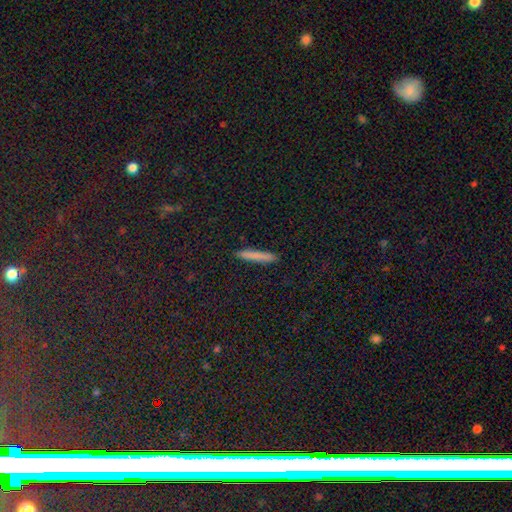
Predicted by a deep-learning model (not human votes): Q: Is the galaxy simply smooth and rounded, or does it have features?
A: smooth — 77%.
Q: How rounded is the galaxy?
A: cigar-shaped — 95%.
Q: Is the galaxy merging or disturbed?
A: none — 91%.